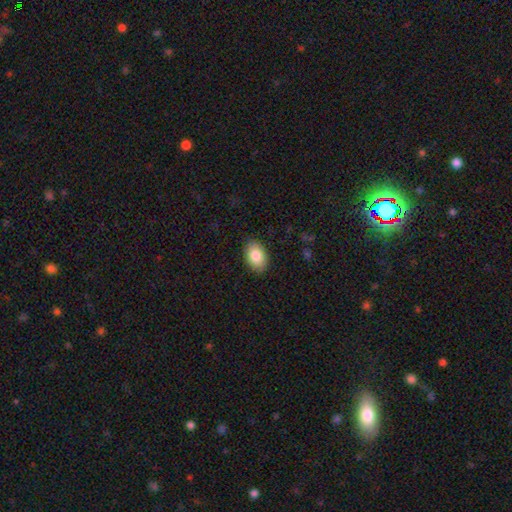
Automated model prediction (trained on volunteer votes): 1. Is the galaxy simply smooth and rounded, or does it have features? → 84% smooth, 9% featured or disk, 7% star or artifact.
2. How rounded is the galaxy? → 89% in between, 10% round, 1% cigar-shaped.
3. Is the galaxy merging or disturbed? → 88% none, 9% minor disturbance, 2% major disturbance, 1% merger.